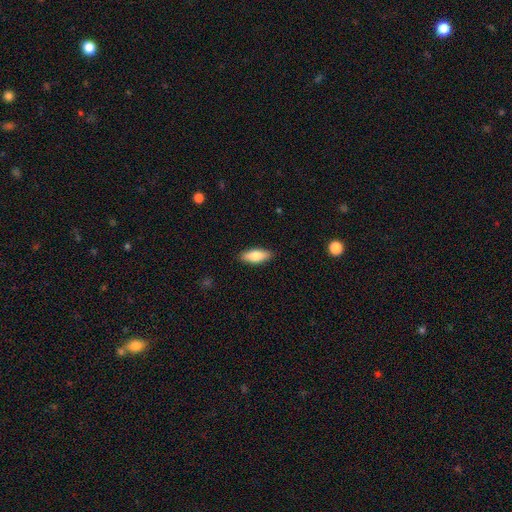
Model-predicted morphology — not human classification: The model was most divided on "how rounded": in between: 77%, cigar-shaped: 21%, round: 2%. More confident: merging — none (88%); smooth or featured — smooth (80%).